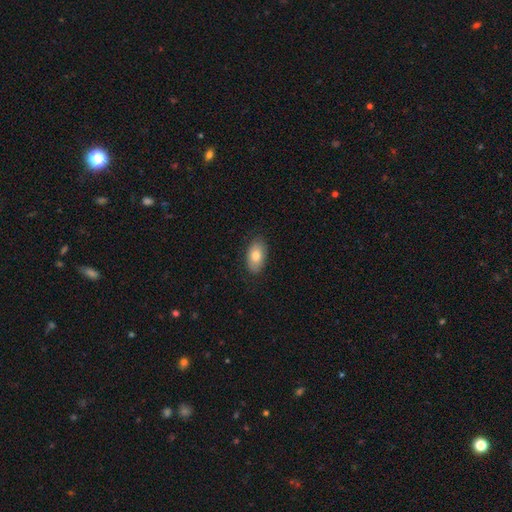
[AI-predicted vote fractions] The model was most divided on "smooth or featured": smooth: 78%, featured or disk: 15%, star or artifact: 7%. More confident: how rounded — in between (93%); merging — none (85%).